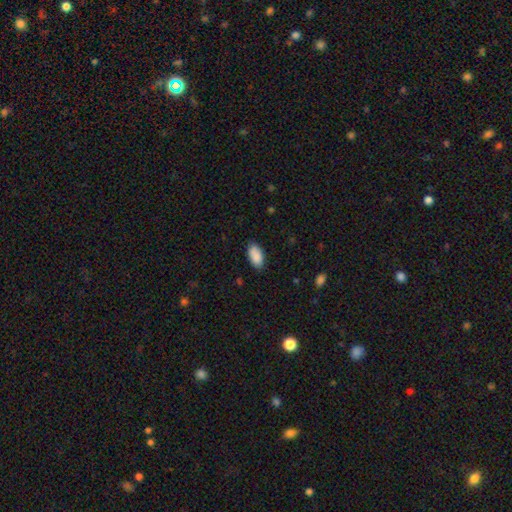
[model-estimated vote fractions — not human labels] The model was most divided on "merging": none: 84%, minor disturbance: 13%, major disturbance: 2%, merger: 1%. More confident: how rounded — in between (94%); smooth or featured — smooth (89%).